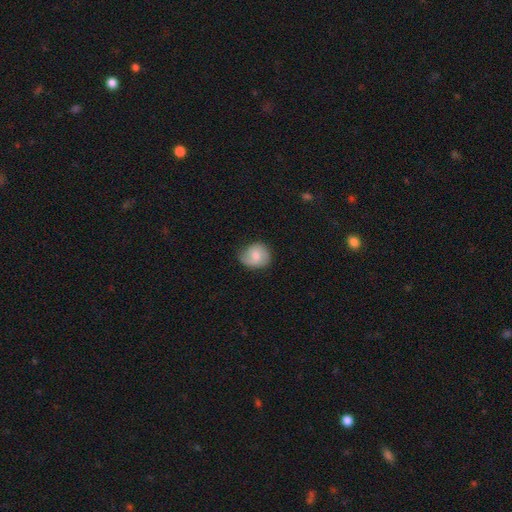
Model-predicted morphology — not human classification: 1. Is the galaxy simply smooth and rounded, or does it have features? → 56% smooth, 37% featured or disk, 7% star or artifact.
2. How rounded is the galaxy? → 72% round, 27% in between, 1% cigar-shaped.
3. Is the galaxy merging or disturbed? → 64% none, 28% minor disturbance, 7% major disturbance, 1% merger.